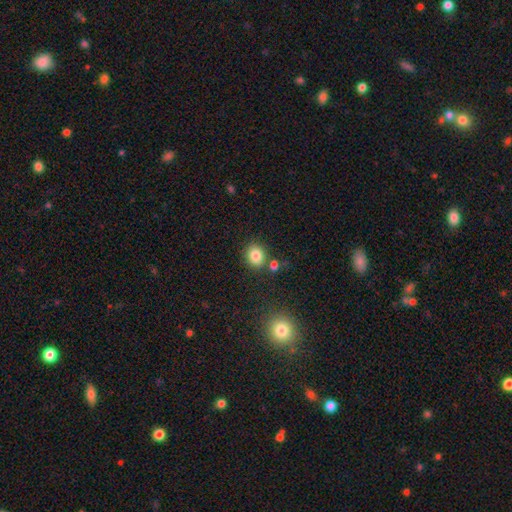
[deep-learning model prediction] A smooth galaxy with no disk features (83%) that is round (69%).

Vote fractions:
- Smooth or featured? smooth: 83% / star or artifact: 11% / featured or disk: 6%
- How rounded? round: 69% / in between: 30% / cigar-shaped: 1%
- Merging? none: 78% / minor disturbance: 10% / merger: 9% / major disturbance: 3%